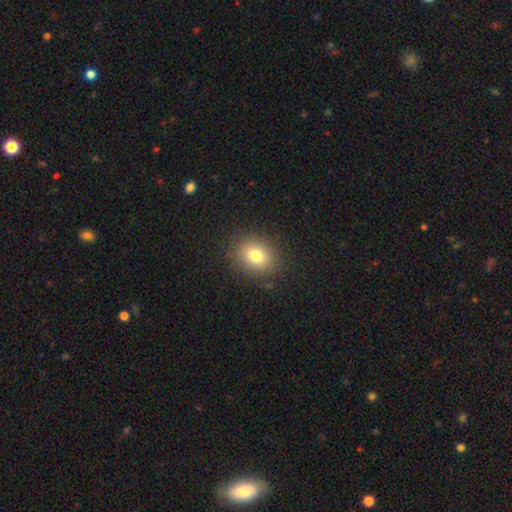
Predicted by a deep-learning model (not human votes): This is likely a smooth galaxy (79%). How rounded: possibly in between (51%). Merging: clearly none (87%).